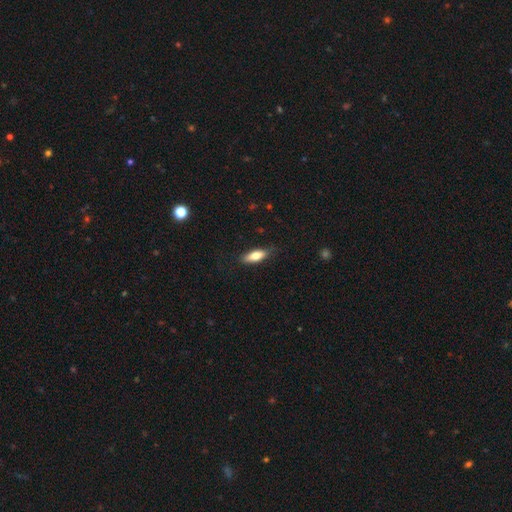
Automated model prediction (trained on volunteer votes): Smooth or featured: smooth — 74% (featured or disk — 19%)
How rounded: in between — 64% (cigar-shaped — 33%)
Merging: none — 79% (minor disturbance — 17%)